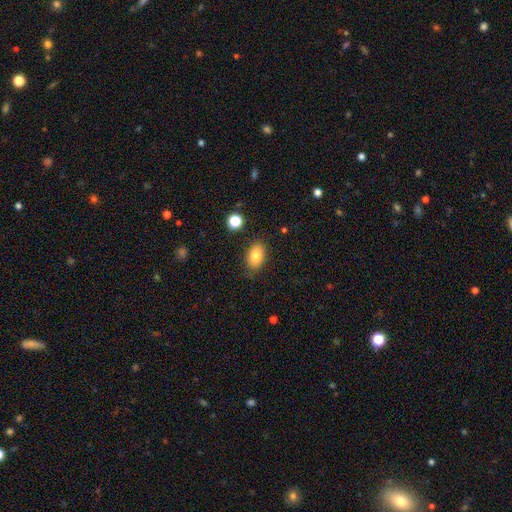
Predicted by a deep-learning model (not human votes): A smooth galaxy with no disk features (80%) that is in between round and cigar-shaped (85%).

Vote fractions:
- Smooth or featured? smooth: 80% / featured or disk: 10% / star or artifact: 9%
- How rounded? in between: 85% / round: 13% / cigar-shaped: 1%
- Merging? none: 84% / minor disturbance: 11% / major disturbance: 3% / merger: 2%